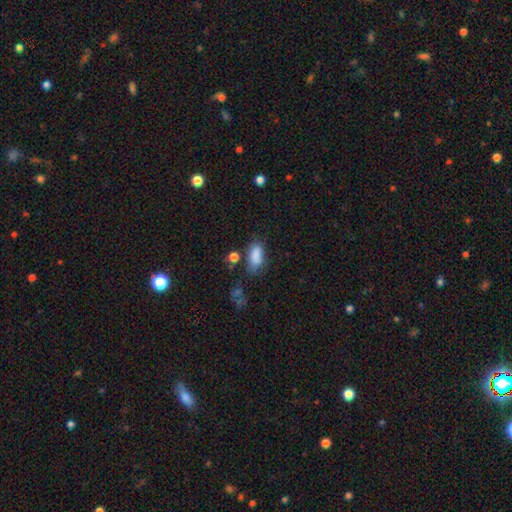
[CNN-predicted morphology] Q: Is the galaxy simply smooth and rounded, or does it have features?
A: smooth — 83%.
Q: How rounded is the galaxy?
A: in between — 89%.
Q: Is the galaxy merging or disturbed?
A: none — 57%.